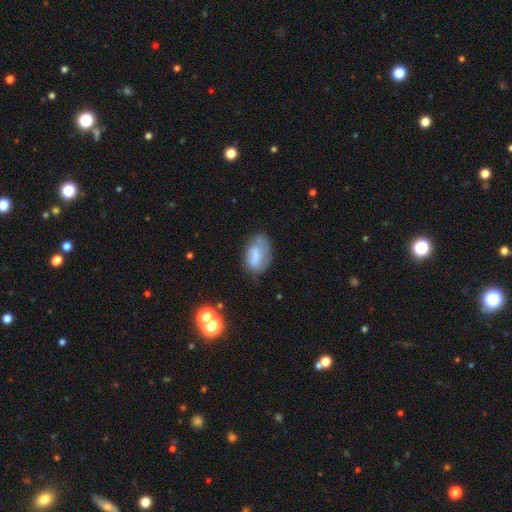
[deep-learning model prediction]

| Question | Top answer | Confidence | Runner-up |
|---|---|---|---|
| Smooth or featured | smooth | 66% | featured or disk (25%) |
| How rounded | in between | 89% | round (9%) |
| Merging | none | 44% | minor disturbance (32%) |